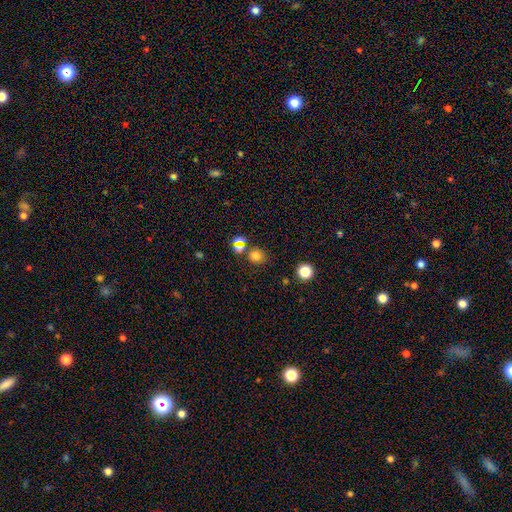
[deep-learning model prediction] smooth-or-featured: smooth: 73% | star or artifact: 20% | featured or disk: 7%
  how-rounded: round: 84% | in between: 15% | cigar-shaped: 1%
  merging: none: 69% | merger: 18% | minor disturbance: 9% | major disturbance: 4%